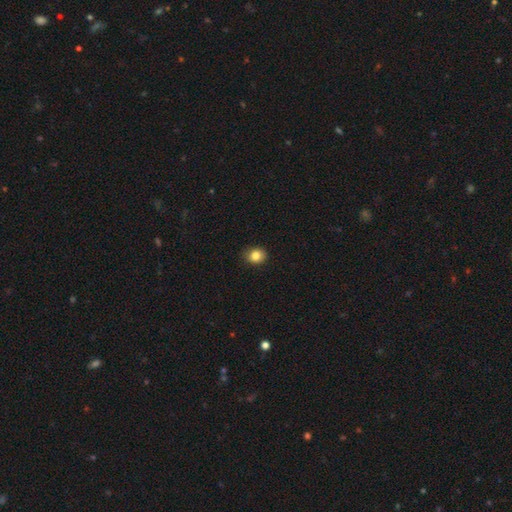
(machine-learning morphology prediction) This appears to be a smooth galaxy with no disk features (84%) that is round (63%). Merging: none (86%).